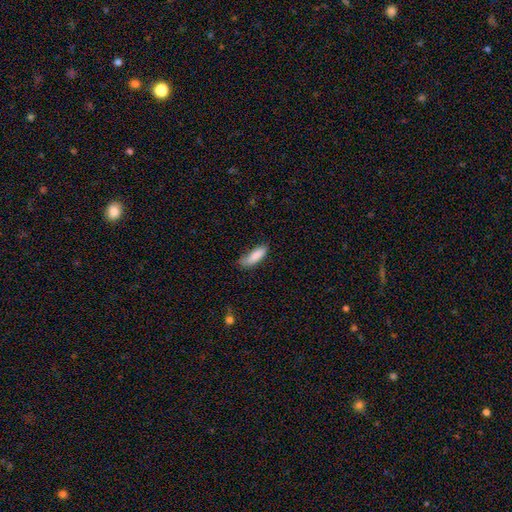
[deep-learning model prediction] The model was most divided on "how rounded": in between: 54%, cigar-shaped: 44%, round: 2%. More confident: smooth or featured — smooth (85%); merging — none (56%).